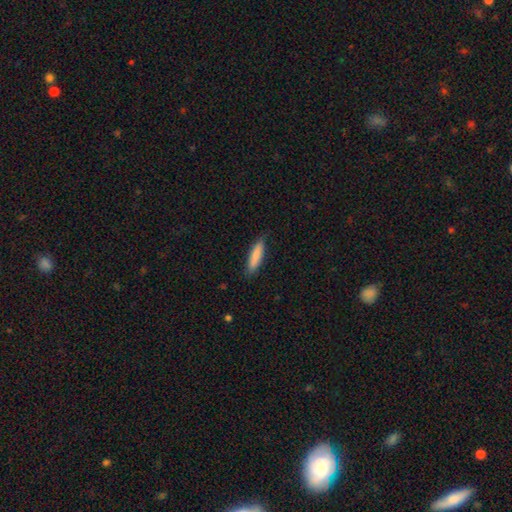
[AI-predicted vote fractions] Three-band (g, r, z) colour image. It shows a smooth galaxy with no disk features (83%) that is cigar-shaped (78%). Merging: none (85%).